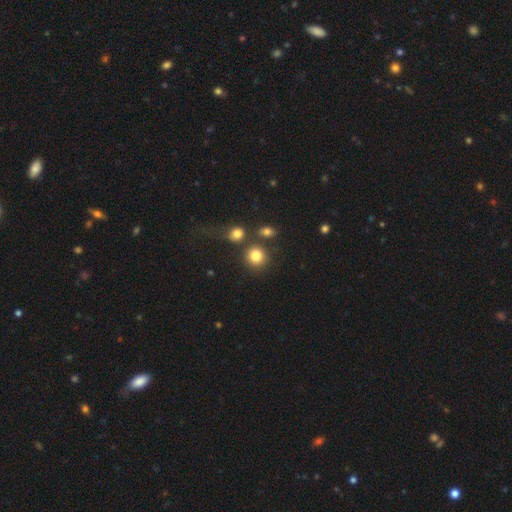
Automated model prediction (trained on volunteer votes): Q: Smooth or featured?
A: smooth (82%); runner-up: star or artifact (11%)
Q: How rounded?
A: round (87%); runner-up: in between (12%)
Q: Merging?
A: none (69%); runner-up: merger (16%)